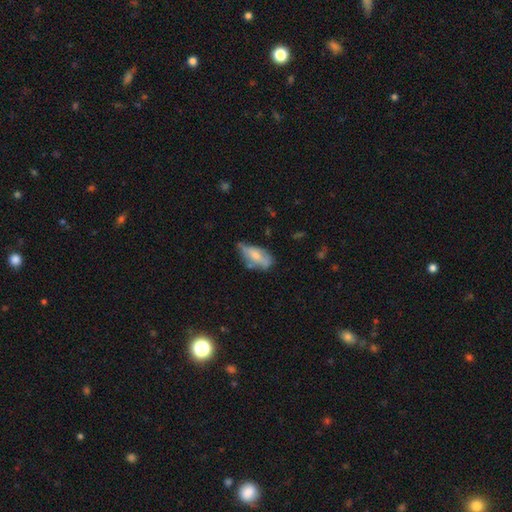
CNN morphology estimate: Q: Smooth or featured?
A: smooth (59%); runner-up: featured or disk (34%)
Q: How rounded?
A: in between (84%); runner-up: cigar-shaped (13%)
Q: Merging?
A: none (41%); runner-up: minor disturbance (40%)